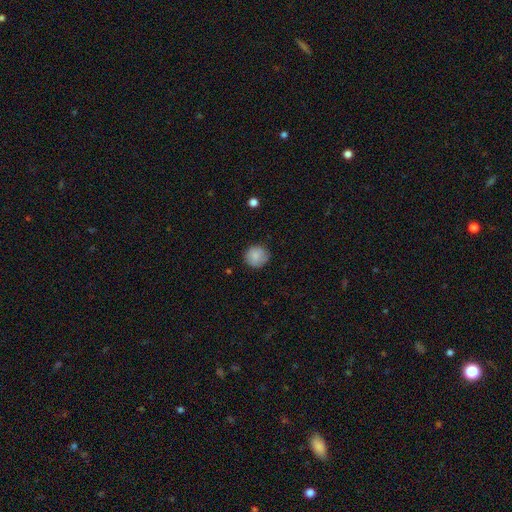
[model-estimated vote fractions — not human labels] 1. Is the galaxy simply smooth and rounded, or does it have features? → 84% smooth, 9% featured or disk, 7% star or artifact.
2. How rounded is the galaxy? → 92% round, 7% in between, 1% cigar-shaped.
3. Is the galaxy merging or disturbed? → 81% none, 15% minor disturbance, 3% major disturbance, 1% merger.